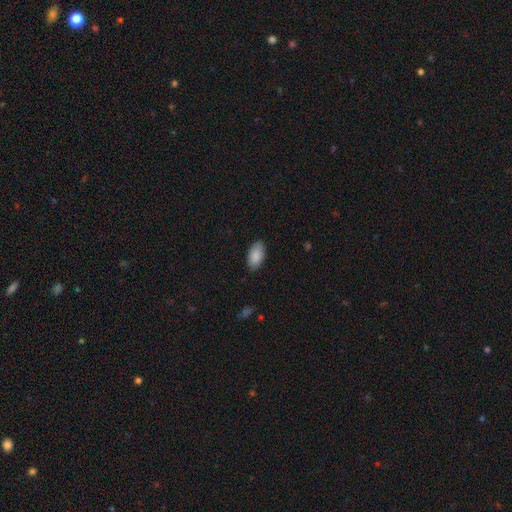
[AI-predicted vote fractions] Overall: smooth (88%). How rounded: in between (95%). Merging: none (84%).